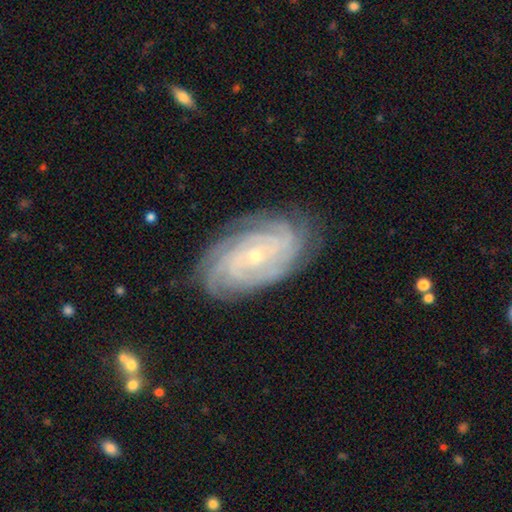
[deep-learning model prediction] featured or disk 88%, smooth 6%, star or artifact 6%. Down the decision tree: edge-on disk — no (96%); bar — no (67%); spiral arms — yes (98%); spiral arm count — 4 (31%); spiral winding — tight (82%); bulge size — small (74%); merging — none (81%).